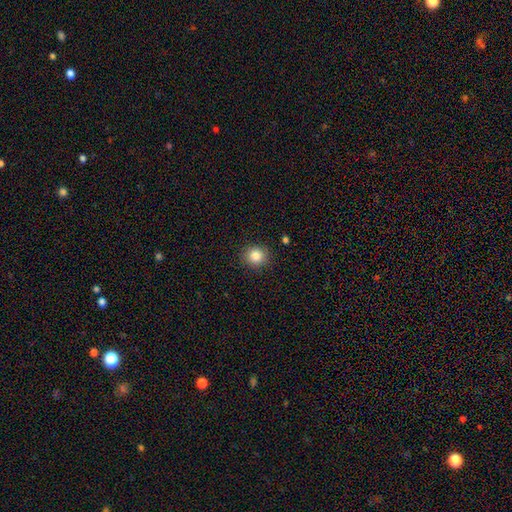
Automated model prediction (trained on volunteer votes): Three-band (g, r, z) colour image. It shows a smooth galaxy with no disk features (85%) that is round (87%). Merging: none (90%).